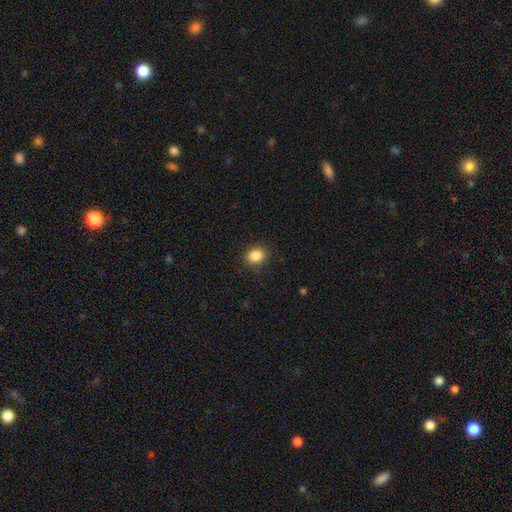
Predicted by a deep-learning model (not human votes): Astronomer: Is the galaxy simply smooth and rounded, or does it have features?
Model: smooth — 86%.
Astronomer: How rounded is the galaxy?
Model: round — 73%.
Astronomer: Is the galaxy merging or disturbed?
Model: none — 86%.